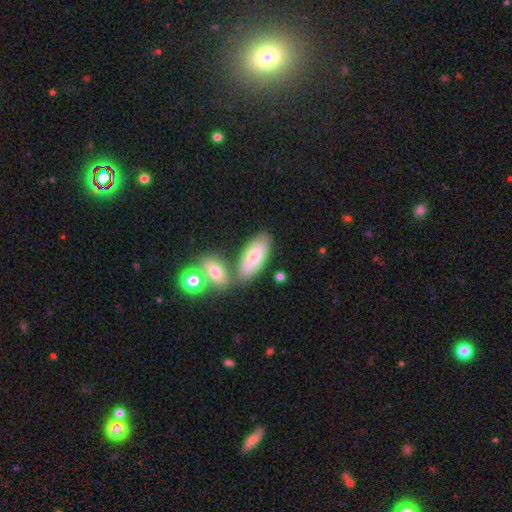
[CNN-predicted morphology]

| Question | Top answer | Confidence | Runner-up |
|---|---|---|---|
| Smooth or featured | smooth | 75% | featured or disk (19%) |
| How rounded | in between | 86% | cigar-shaped (12%) |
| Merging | none | 61% | merger (22%) |